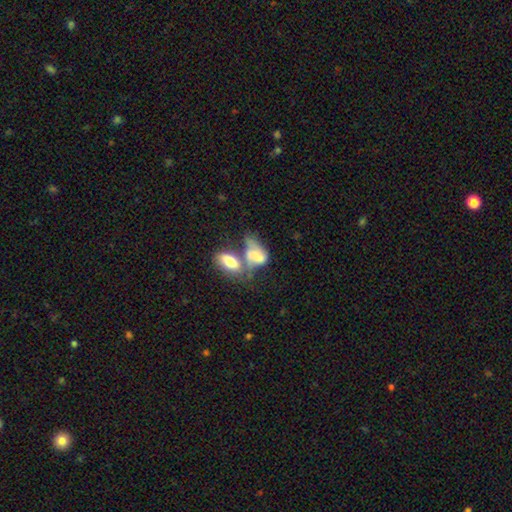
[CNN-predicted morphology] Smooth or featured? smooth (65%)
How rounded? in between (89%)
Merging? merger (62%)